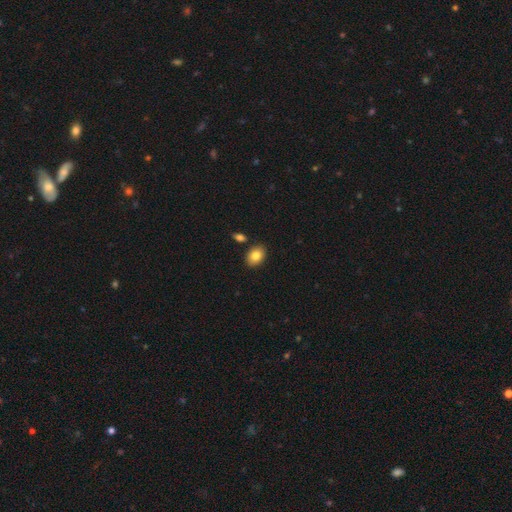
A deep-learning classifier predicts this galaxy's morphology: type=smooth (84%); roundness=in between (77%); merging=none (84%).